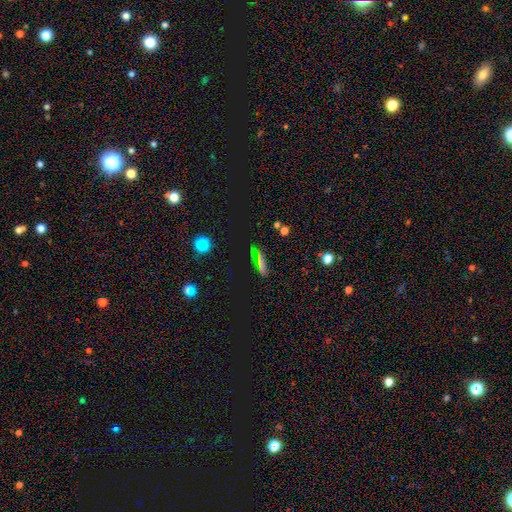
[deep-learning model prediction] A smooth galaxy with no disk features (50%) that is cigar-shaped (76%). Merging: none (71%).